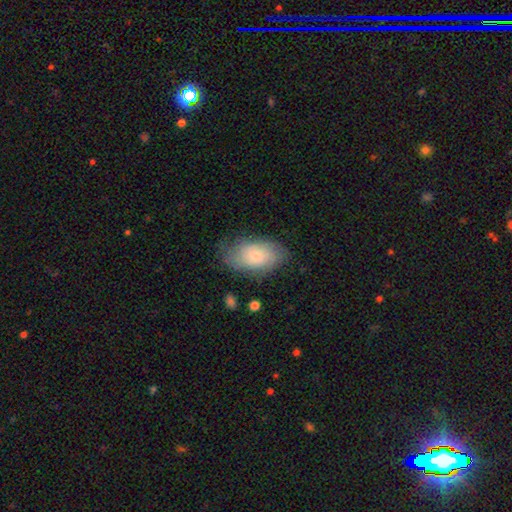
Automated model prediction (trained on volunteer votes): smooth 64%, featured or disk 29%, star or artifact 7%. Down the decision tree: how rounded — in between (91%); merging — none (68%).